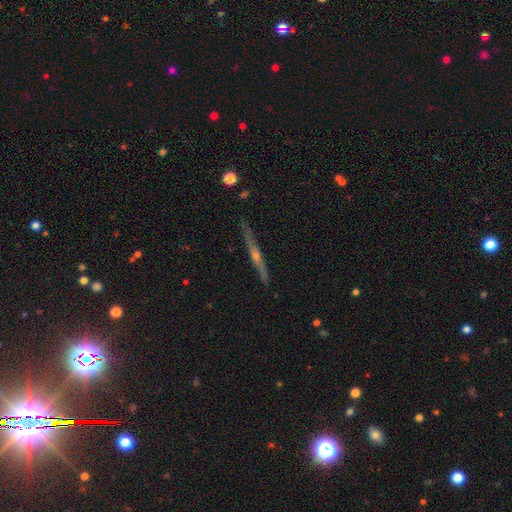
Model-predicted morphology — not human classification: Smooth or featured?
  - featured or disk: 78% *
  - smooth: 15%
  - star or artifact: 7%
Edge-on disk?
  - yes: 97% *
  - no: 3%
Edge-on bulge?
  - rounded: 80% *
  - none: 15%
  - boxy: 4%
Merging?
  - none: 86% *
  - minor disturbance: 11%
  - major disturbance: 2%
  - merger: 2%